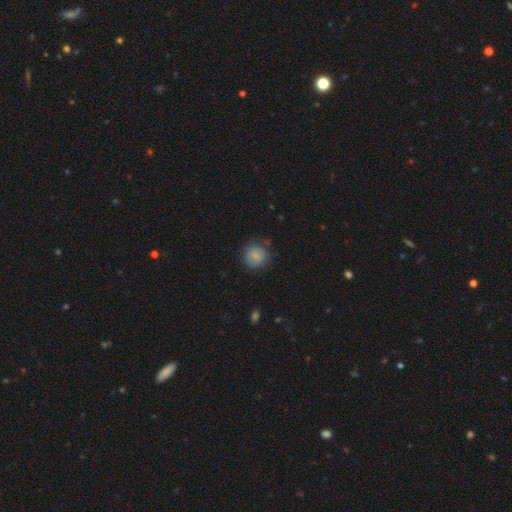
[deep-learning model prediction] This is likely a smooth galaxy (79%). How rounded: clearly round (85%). Merging: likely none (73%).